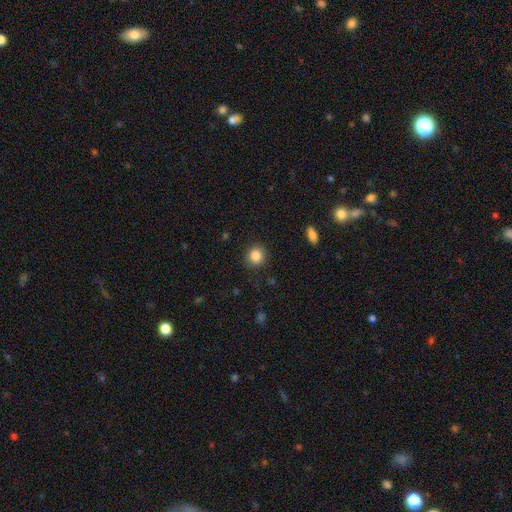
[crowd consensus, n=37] This is clearly a smooth galaxy (95%). How rounded: clearly round (94%). Merging: clearly none (89%).